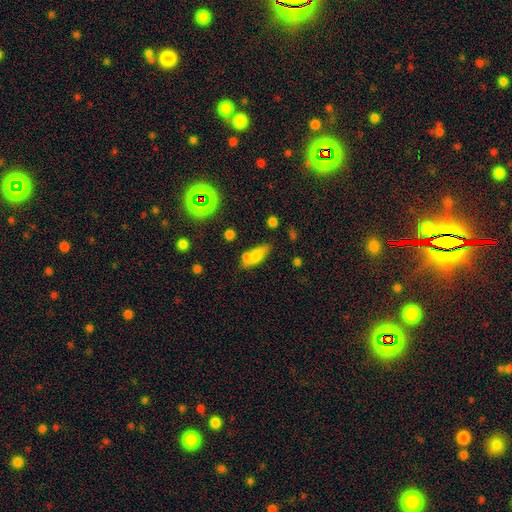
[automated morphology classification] smooth-or-featured: smooth: 70% | featured or disk: 18% | star or artifact: 12%
  how-rounded: in between: 71% | cigar-shaped: 24% | round: 5%
  merging: none: 50% | merger: 25% | minor disturbance: 18% | major disturbance: 7%